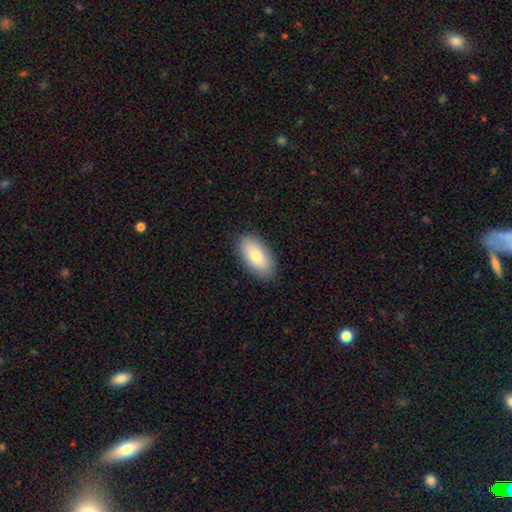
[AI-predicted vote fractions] A smooth galaxy with no disk features (79%) that is in between round and cigar-shaped (93%). Merging: none (87%).